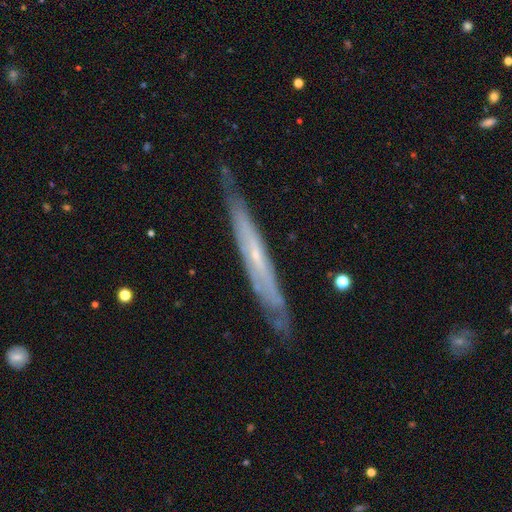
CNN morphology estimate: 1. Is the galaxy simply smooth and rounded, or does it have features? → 73% featured or disk, 20% smooth, 7% star or artifact.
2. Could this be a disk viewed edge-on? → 74% yes, 26% no.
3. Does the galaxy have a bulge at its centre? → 64% none, 33% rounded, 3% boxy.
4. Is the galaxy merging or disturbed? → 77% none, 18% minor disturbance, 3% major disturbance, 2% merger.